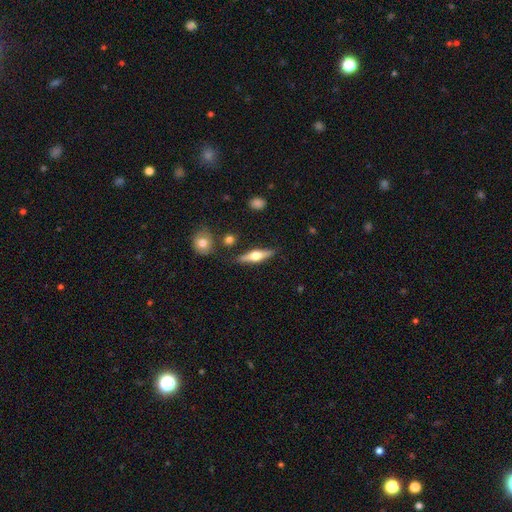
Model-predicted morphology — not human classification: Smooth or featured? featured or disk (60%)
Edge-on disk? yes (95%)
Edge-on bulge? rounded (93%)
Merging? none (83%)